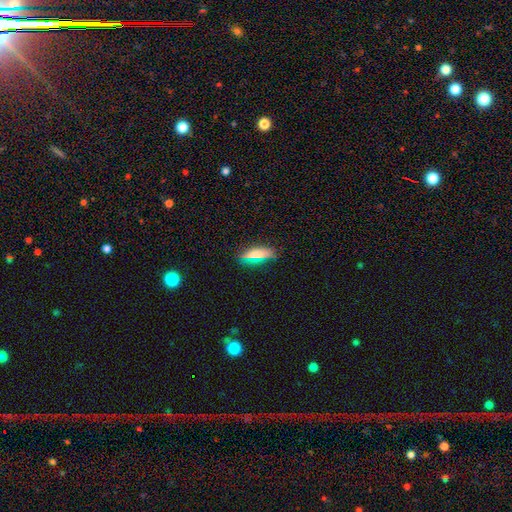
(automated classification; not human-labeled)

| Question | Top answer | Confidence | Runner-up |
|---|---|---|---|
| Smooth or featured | smooth | 67% | featured or disk (19%) |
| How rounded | in between | 65% | cigar-shaped (31%) |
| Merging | none | 84% | minor disturbance (12%) |